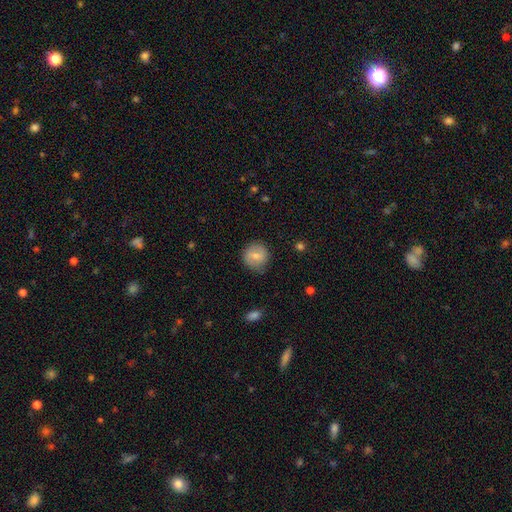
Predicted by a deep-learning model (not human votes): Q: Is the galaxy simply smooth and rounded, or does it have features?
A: smooth — 66%.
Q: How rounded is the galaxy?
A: round — 89%.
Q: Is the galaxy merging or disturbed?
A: none — 80%.